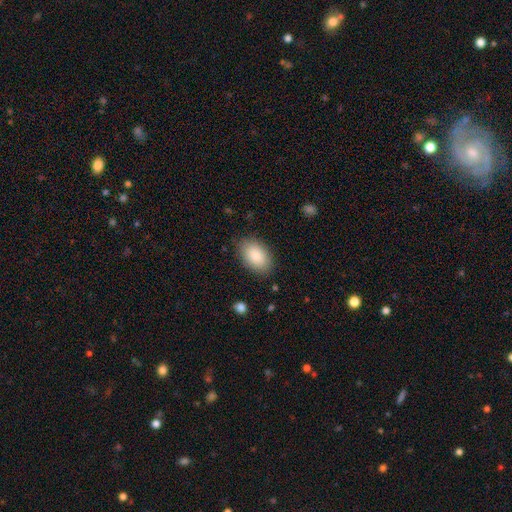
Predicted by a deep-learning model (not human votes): Morphology: type=smooth (88%); roundness=in between (92%); merging=none (84%).